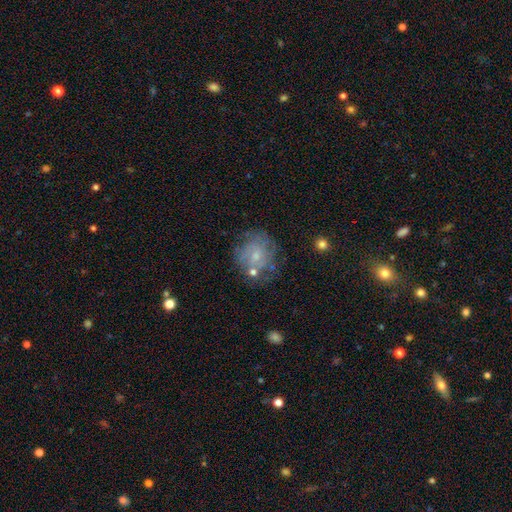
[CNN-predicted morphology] Q: Smooth or featured?
A: featured or disk (56%); runner-up: smooth (33%)
Q: Edge-on disk?
A: no (97%); runner-up: yes (3%)
Q: Bar?
A: no (72%); runner-up: weak (25%)
Q: Spiral arms?
A: yes (70%); runner-up: no (30%)
Q: Bulge size?
A: small (63%); runner-up: moderate (26%)
Q: Merging?
A: none (61%); runner-up: minor disturbance (20%)